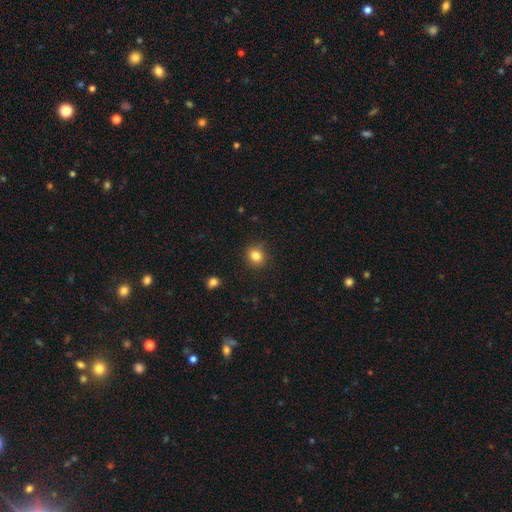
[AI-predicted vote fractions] smooth_or_featured: smooth (p=0.83) [alt: star or artifact p=0.11]
how_rounded: round (p=0.82) [alt: in between p=0.17]
merging: none (p=0.86) [alt: minor disturbance p=0.10]